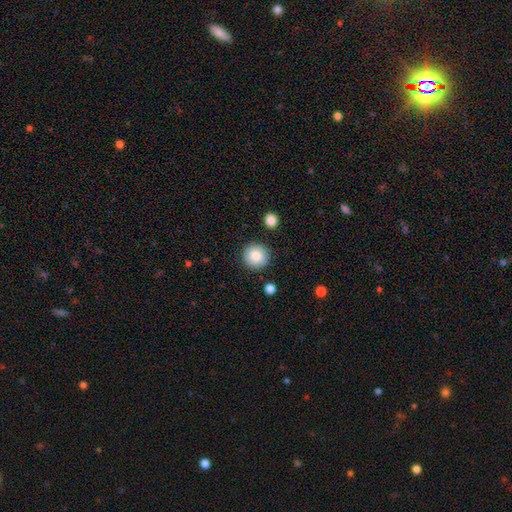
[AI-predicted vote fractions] smooth 80%, featured or disk 12%, star or artifact 8%. Down the decision tree: how rounded — round (93%); merging — none (89%).